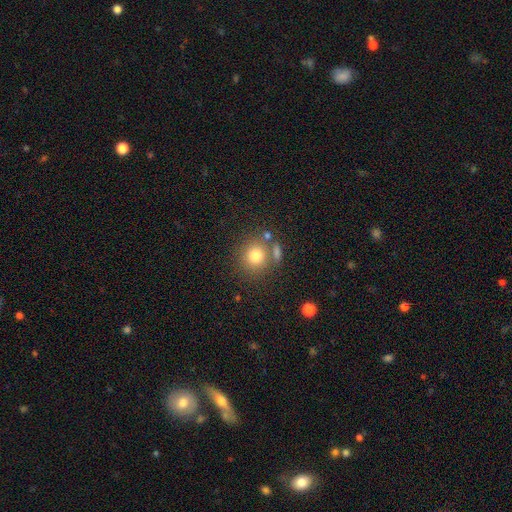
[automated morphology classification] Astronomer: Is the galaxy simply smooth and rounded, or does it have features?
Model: smooth — 77%.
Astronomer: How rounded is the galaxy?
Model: round — 86%.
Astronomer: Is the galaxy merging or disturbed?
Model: none — 70%.